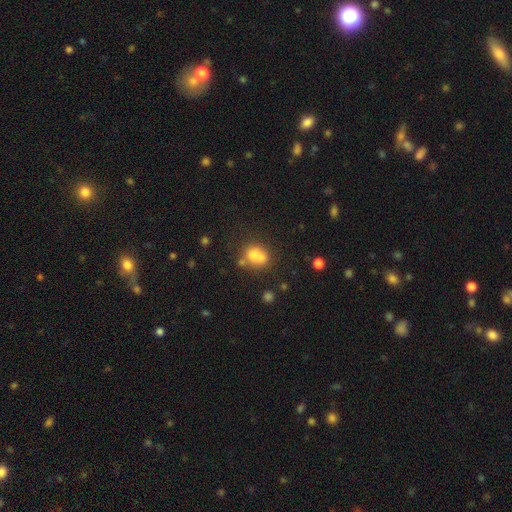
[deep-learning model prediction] Overall: smooth (73%). How rounded: round (53%; in between 46%). Merging: none (42%; merger 33%).